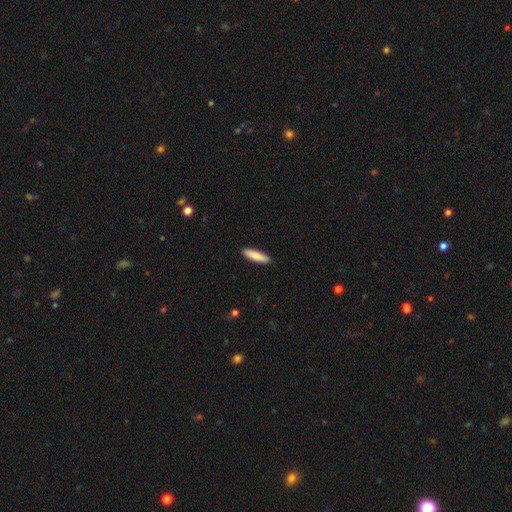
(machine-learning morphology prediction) Smooth or featured?
  - smooth: 86% *
  - featured or disk: 8%
  - star or artifact: 5%
How rounded?
  - cigar-shaped: 70% *
  - in between: 29%
  - round: 1%
Merging?
  - none: 91% *
  - minor disturbance: 7%
  - major disturbance: 1%
  - merger: 1%